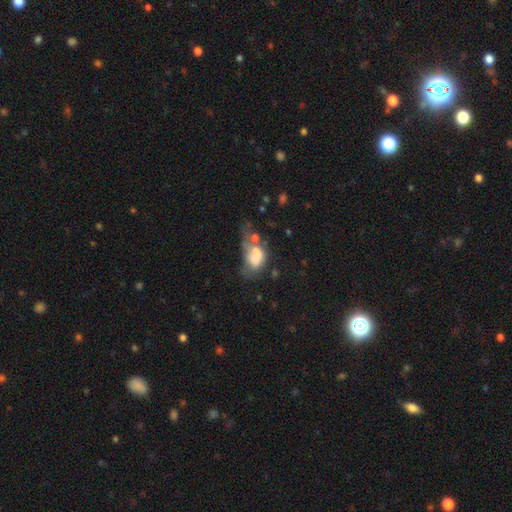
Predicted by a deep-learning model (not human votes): This is possibly a smooth galaxy (53%). How rounded: clearly in between (81%). Merging: marginally merger (37%).